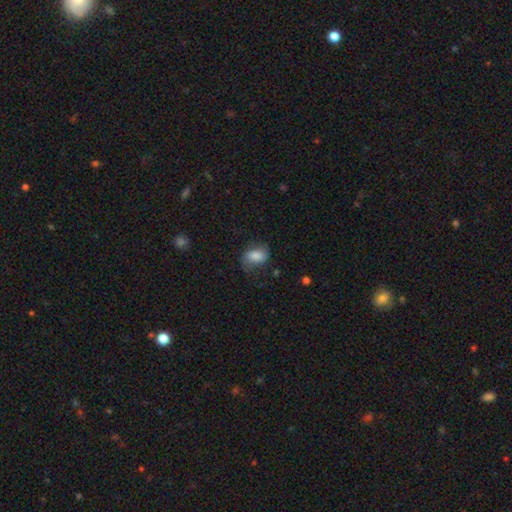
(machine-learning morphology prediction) smooth_or_featured: smooth (p=0.72) [alt: featured or disk p=0.19]
how_rounded: in between (p=0.80) [alt: round p=0.19]
merging: none (p=0.61) [alt: minor disturbance p=0.25]